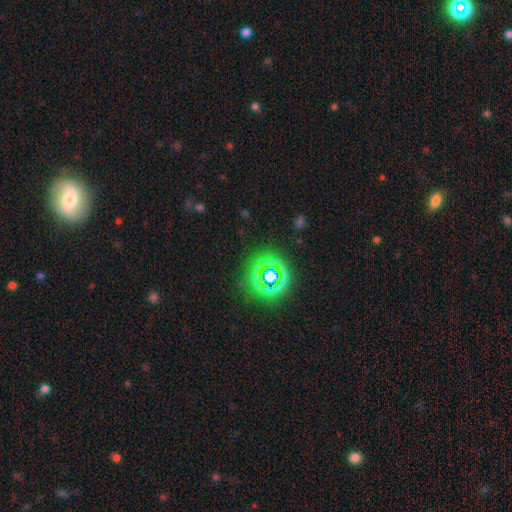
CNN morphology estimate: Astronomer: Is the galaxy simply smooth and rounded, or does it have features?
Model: smooth — 52% (runner-up: star or artifact, 40%).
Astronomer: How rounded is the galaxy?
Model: round — 92%.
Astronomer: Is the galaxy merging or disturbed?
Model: none — 89%.